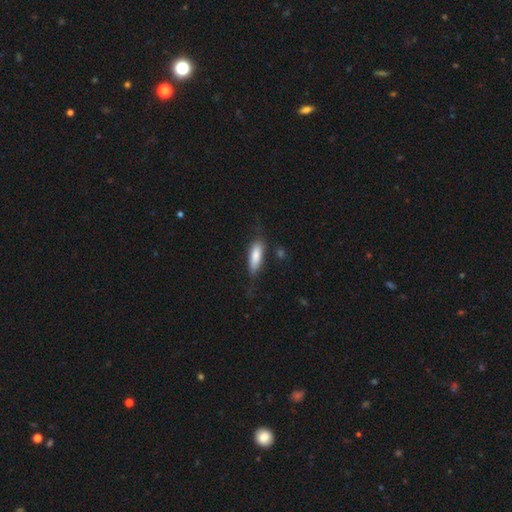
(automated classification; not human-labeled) Smooth or featured?
  - smooth: 78% *
  - featured or disk: 16%
  - star or artifact: 6%
How rounded?
  - in between: 52% *
  - cigar-shaped: 46%
  - round: 2%
Merging?
  - none: 66% *
  - minor disturbance: 23%
  - major disturbance: 8%
  - merger: 2%